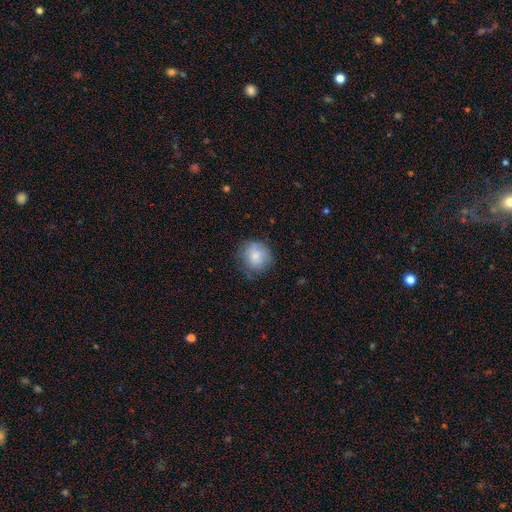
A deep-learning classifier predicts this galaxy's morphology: Smooth or featured?
  - smooth: 80% *
  - featured or disk: 11%
  - star or artifact: 8%
How rounded?
  - round: 85% *
  - in between: 14%
  - cigar-shaped: 1%
Merging?
  - none: 70% *
  - minor disturbance: 22%
  - major disturbance: 7%
  - merger: 1%